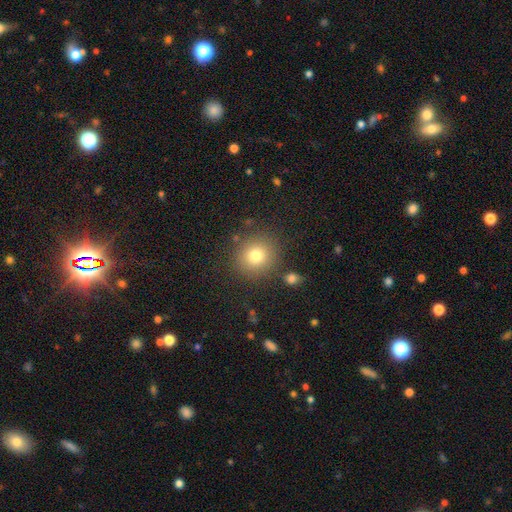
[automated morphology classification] smooth-or-featured: smooth: 78% | star or artifact: 13% | featured or disk: 9%
  how-rounded: round: 88% | in between: 11% | cigar-shaped: 1%
  merging: none: 85% | minor disturbance: 8% | merger: 4% | major disturbance: 3%